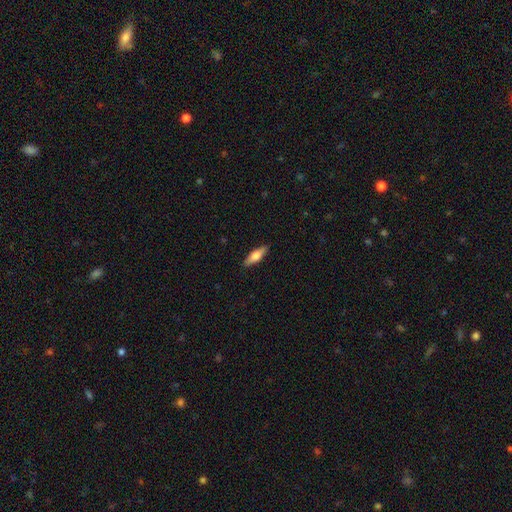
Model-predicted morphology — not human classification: type=smooth (61%); roundness=cigar-shaped (51%); merging=none (89%).